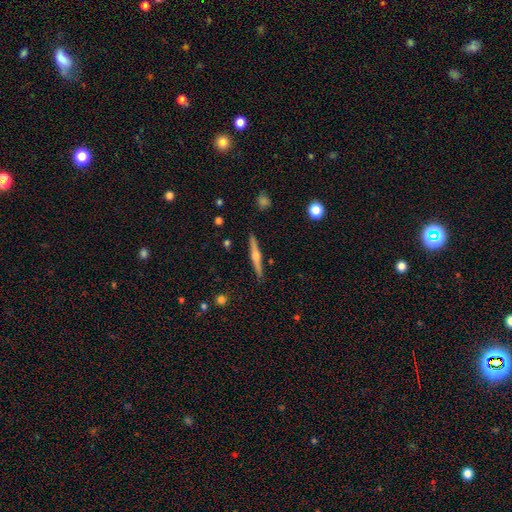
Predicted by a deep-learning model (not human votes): A featured or disk galaxy (70%) viewed edge-on (98%) with a rounded central bulge (89%).

Vote fractions:
- Smooth or featured? featured or disk: 70% / smooth: 24% / star or artifact: 6%
- Edge-on disk? yes: 98% / no: 2%
- Edge-on bulge? rounded: 89% / boxy: 6% / none: 5%
- Merging? none: 91% / minor disturbance: 6% / major disturbance: 1% / merger: 1%